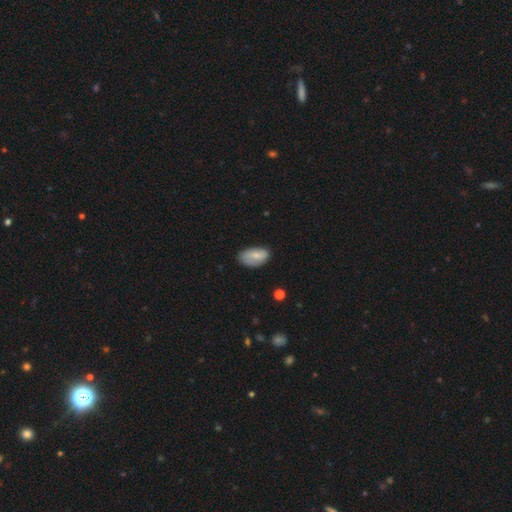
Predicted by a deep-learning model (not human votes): This is likely a smooth galaxy (66%). How rounded: clearly in between (93%). Merging: likely none (67%).